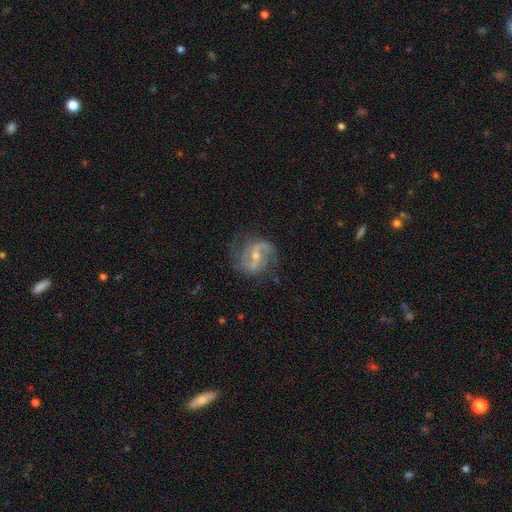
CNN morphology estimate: Overall: featured or disk (86%). Edge-on disk: no (97%). Bar: weak (46%; strong 29%). Spiral arms: yes (95%). Spiral arm count: 2 (86%). Spiral winding: medium (47%; loose 35%). Bulge size: small (52%; moderate 45%). Merging: none (75%).